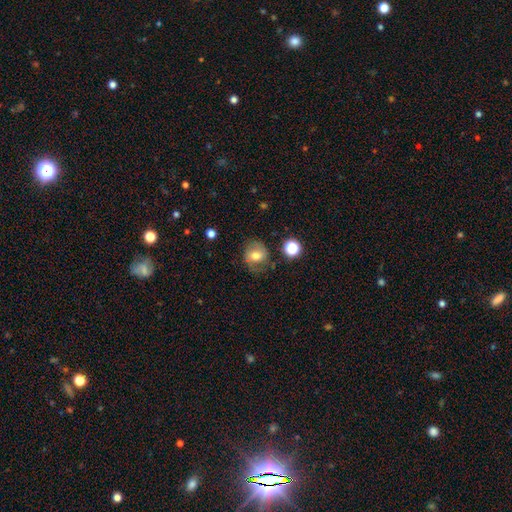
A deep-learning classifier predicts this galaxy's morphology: smooth 60%, featured or disk 29%, star or artifact 11%. Down the decision tree: how rounded — round (71%); merging — none (66%).